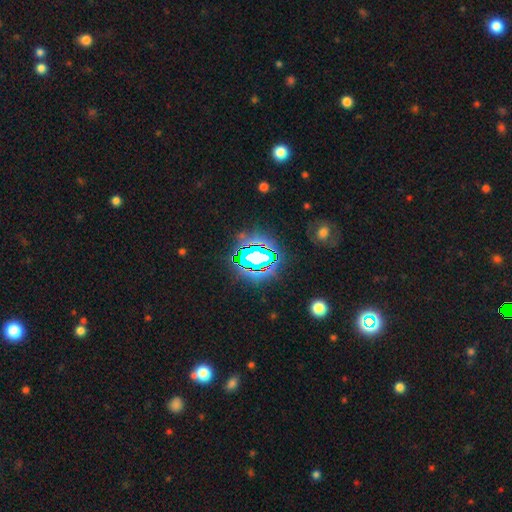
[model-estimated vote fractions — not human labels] Q: Smooth or featured?
A: star or artifact (75%); runner-up: smooth (14%)